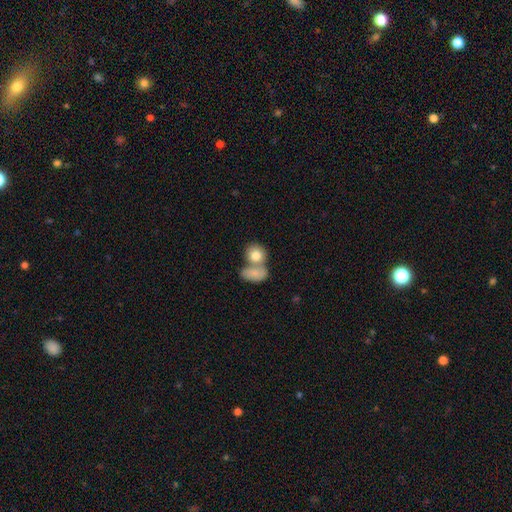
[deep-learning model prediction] The model was most divided on "merging": merger: 52%, none: 35%, minor disturbance: 9%, major disturbance: 4%. More confident: smooth or featured — smooth (81%); how rounded — round (58%).